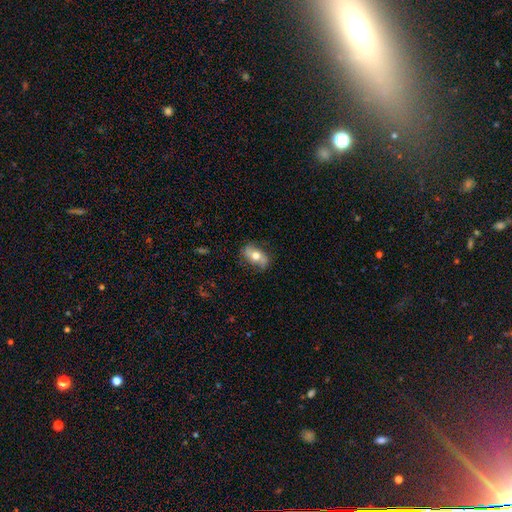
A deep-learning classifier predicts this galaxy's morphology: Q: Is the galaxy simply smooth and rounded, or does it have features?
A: smooth — 54%.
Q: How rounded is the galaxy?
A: in between — 84%.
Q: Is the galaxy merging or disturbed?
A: none — 76%.